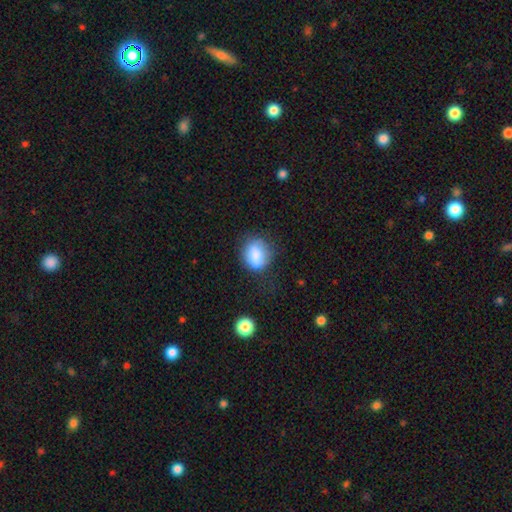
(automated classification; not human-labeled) This is clearly a smooth galaxy (80%). How rounded: possibly round (50%). Merging: likely none (62%).